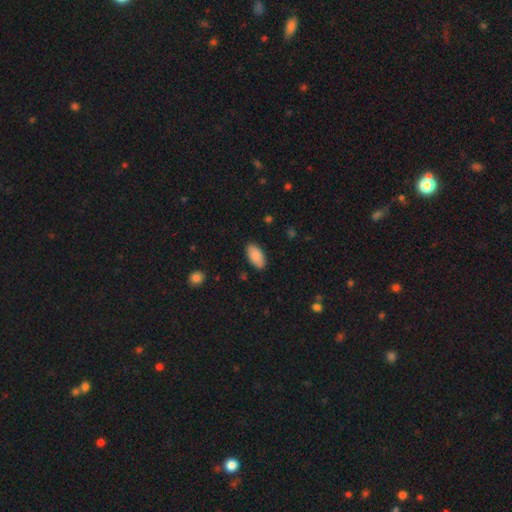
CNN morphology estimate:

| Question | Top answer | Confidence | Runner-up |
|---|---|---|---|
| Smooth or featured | smooth | 87% | featured or disk (7%) |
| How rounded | in between | 93% | cigar-shaped (5%) |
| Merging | none | 87% | minor disturbance (10%) |